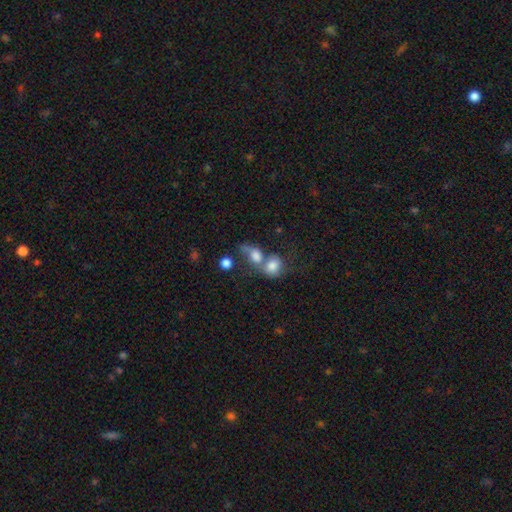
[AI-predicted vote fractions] The model was most divided on "how rounded": round: 53%, in between: 45%, cigar-shaped: 2%. More confident: smooth or featured — smooth (74%); merging — merger (67%).